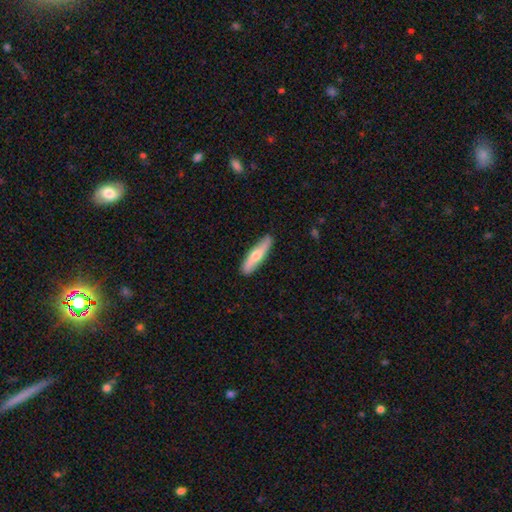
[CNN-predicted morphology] Smooth or featured? smooth (52%)
How rounded? cigar-shaped (81%)
Merging? none (86%)